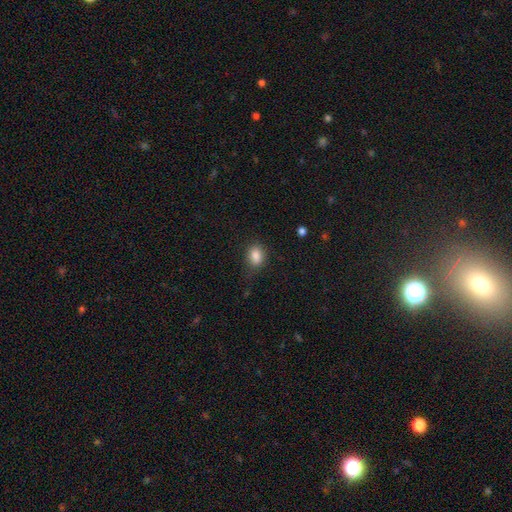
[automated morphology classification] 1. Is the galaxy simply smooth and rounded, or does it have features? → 86% smooth, 9% star or artifact, 5% featured or disk.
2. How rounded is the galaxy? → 73% in between, 26% round, 2% cigar-shaped.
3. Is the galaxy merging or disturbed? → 74% none, 19% minor disturbance, 5% major disturbance, 1% merger.